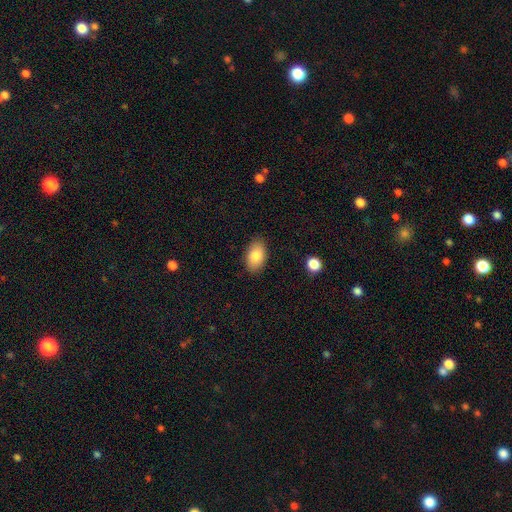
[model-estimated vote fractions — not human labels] Q: Smooth or featured?
A: smooth (83%); runner-up: featured or disk (10%)
Q: How rounded?
A: in between (92%); runner-up: round (6%)
Q: Merging?
A: none (87%); runner-up: minor disturbance (9%)